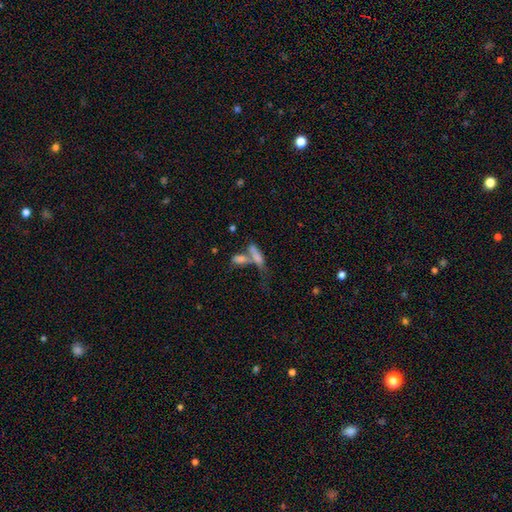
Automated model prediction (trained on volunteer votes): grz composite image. It shows a smooth galaxy with no disk features (67%) that is cigar-shaped (50%). Merging: merger (55%).